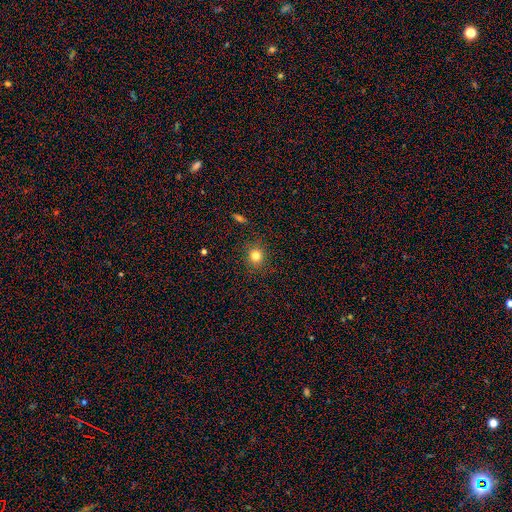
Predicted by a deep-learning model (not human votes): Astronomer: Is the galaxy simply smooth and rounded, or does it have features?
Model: smooth — 81%.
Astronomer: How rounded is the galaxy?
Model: round — 86%.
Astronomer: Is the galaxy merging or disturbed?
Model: none — 89%.